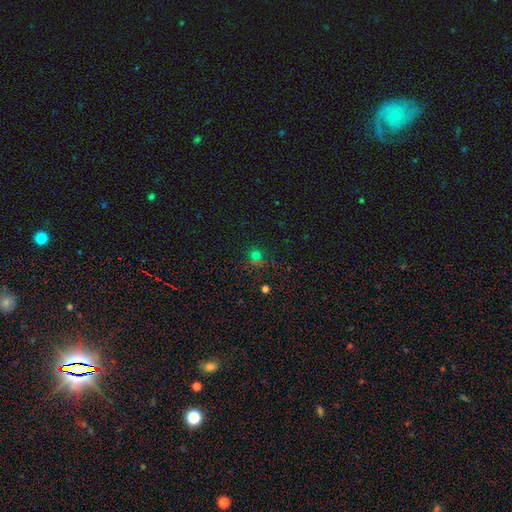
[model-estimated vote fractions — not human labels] This is possibly a smooth galaxy (55%). How rounded: clearly round (89%). Merging: likely none (70%).